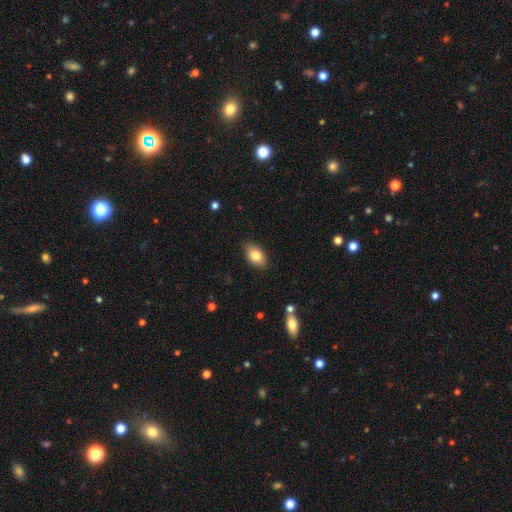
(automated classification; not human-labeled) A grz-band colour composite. It shows a smooth galaxy with no disk features (83%) that is in between round and cigar-shaped (90%). Merging: none (86%).